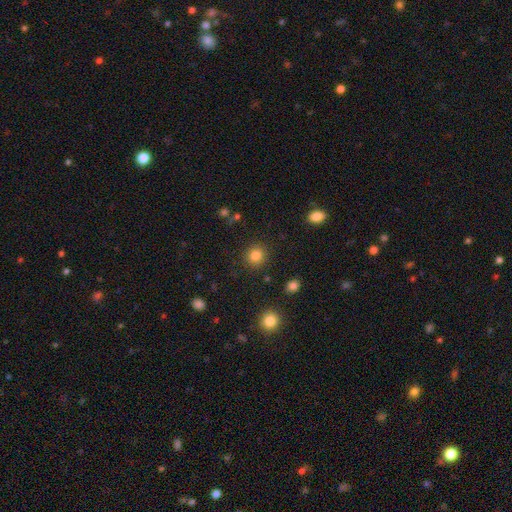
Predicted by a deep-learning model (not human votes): Smooth or featured?
  - smooth: 83% *
  - star or artifact: 11%
  - featured or disk: 5%
How rounded?
  - round: 89% *
  - in between: 10%
  - cigar-shaped: 1%
Merging?
  - none: 89% *
  - minor disturbance: 6%
  - major disturbance: 3%
  - merger: 2%